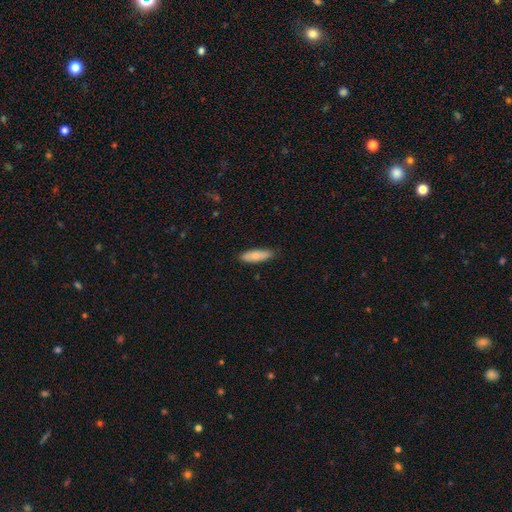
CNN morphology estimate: smooth 79%, featured or disk 16%, star or artifact 5%. Down the decision tree: how rounded — in between (51%); merging — none (85%).